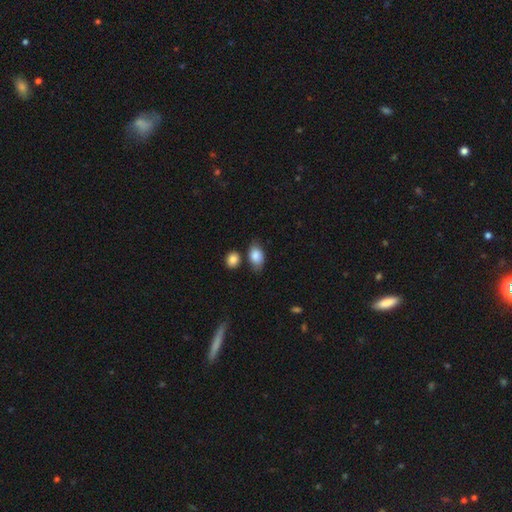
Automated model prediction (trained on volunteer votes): smooth_or_featured: smooth (p=0.84) [alt: featured or disk p=0.09]
how_rounded: in between (p=0.87) [alt: round p=0.11]
merging: none (p=0.65) [alt: minor disturbance p=0.20]